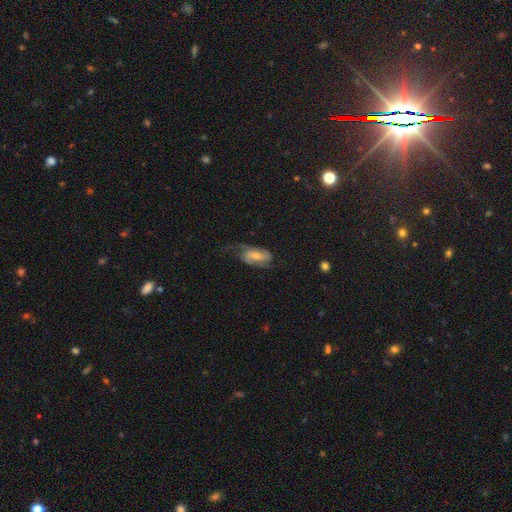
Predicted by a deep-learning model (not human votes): A featured or disk galaxy (61%) with a weak bar (43%), 2 (68%) medium (42%) spiral arms (89%) and a moderate central bulge (47%).

Vote fractions:
- Smooth or featured? featured or disk: 61% / smooth: 32% / star or artifact: 7%
- Edge-on disk? no: 94% / yes: 6%
- Bar? weak: 43% / no: 38% / strong: 18%
- Spiral arms? yes: 89% / no: 11%
- Spiral winding? medium: 42% / loose: 35% / tight: 23%
- Spiral arm count? 2: 68% / 1: 16% / can't tell: 11% / 3: 2% / 4: 1% / more than 4: 1%
- Bulge size? moderate: 47% / small: 37% / large: 8% / none: 7% / dominant: 2%
- Merging? none: 42% / major disturbance: 30% / minor disturbance: 25% / merger: 2%